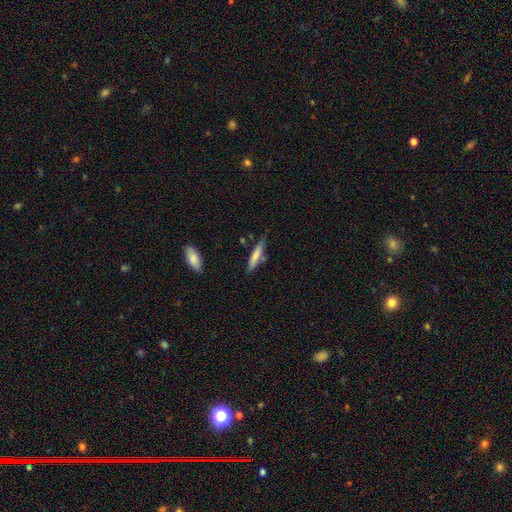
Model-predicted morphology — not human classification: Smooth or featured? smooth (70%)
How rounded? cigar-shaped (86%)
Merging? none (73%)